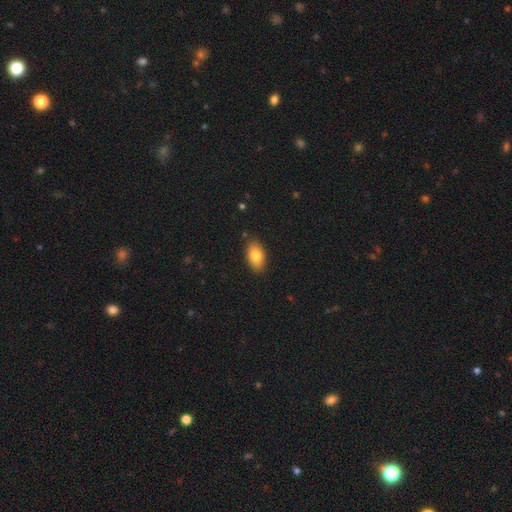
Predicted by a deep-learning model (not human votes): A smooth galaxy with no disk features (82%) that is in between round and cigar-shaped (91%).

Vote fractions:
- Smooth or featured? smooth: 82% / featured or disk: 11% / star or artifact: 8%
- How rounded? in between: 91% / round: 6% / cigar-shaped: 3%
- Merging? none: 86% / minor disturbance: 10% / major disturbance: 2% / merger: 1%